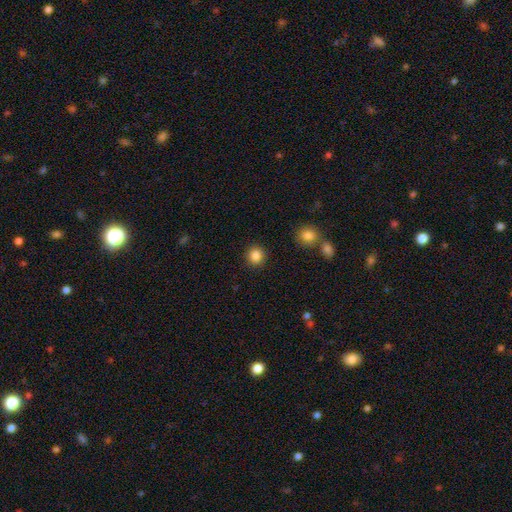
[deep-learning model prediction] The model was most divided on "smooth or featured": smooth: 86%, star or artifact: 10%, featured or disk: 4%. More confident: how rounded — round (92%); merging — none (90%).